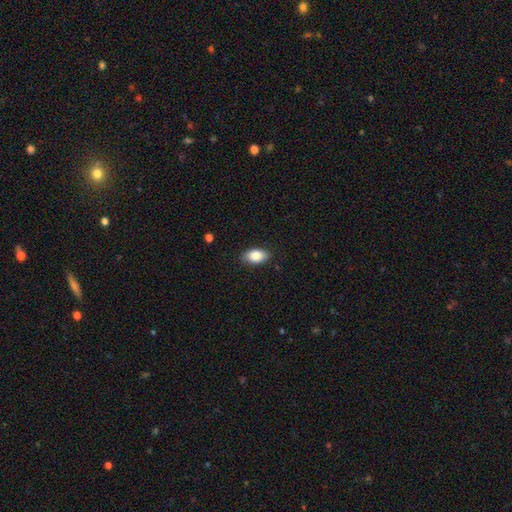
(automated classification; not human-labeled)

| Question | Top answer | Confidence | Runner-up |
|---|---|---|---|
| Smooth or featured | smooth | 85% | featured or disk (8%) |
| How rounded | in between | 92% | round (6%) |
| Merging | none | 86% | minor disturbance (10%) |